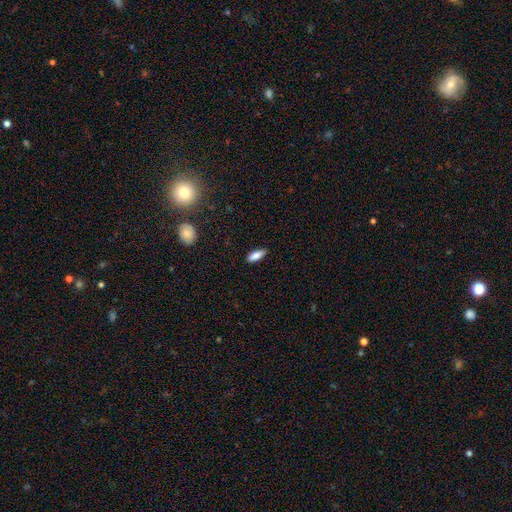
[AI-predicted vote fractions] A smooth galaxy with no disk features (84%) that is in between round and cigar-shaped (67%). Merging: none (85%).